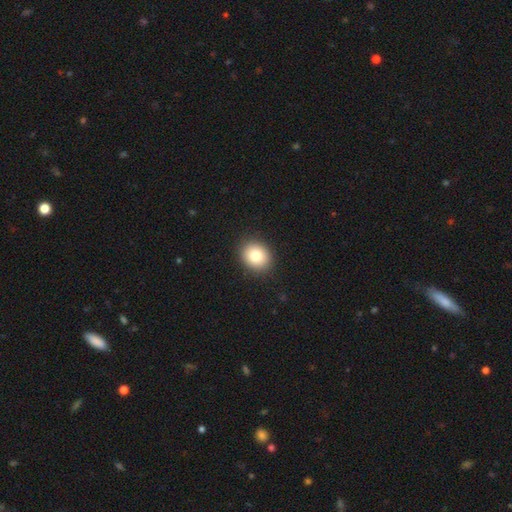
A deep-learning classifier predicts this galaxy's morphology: The model was most divided on "how rounded": round: 67%, in between: 32%, cigar-shaped: 1%. More confident: merging — none (91%); smooth or featured — smooth (81%).